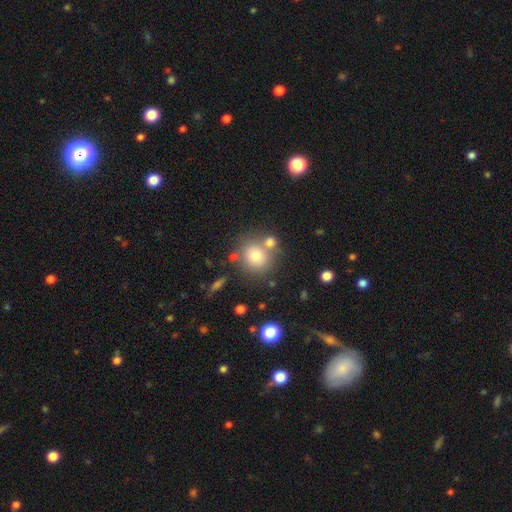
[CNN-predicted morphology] smooth-or-featured: smooth: 75% | featured or disk: 13% | star or artifact: 12%
  how-rounded: round: 86% | in between: 13% | cigar-shaped: 1%
  merging: none: 64% | merger: 21% | minor disturbance: 11% | major disturbance: 4%